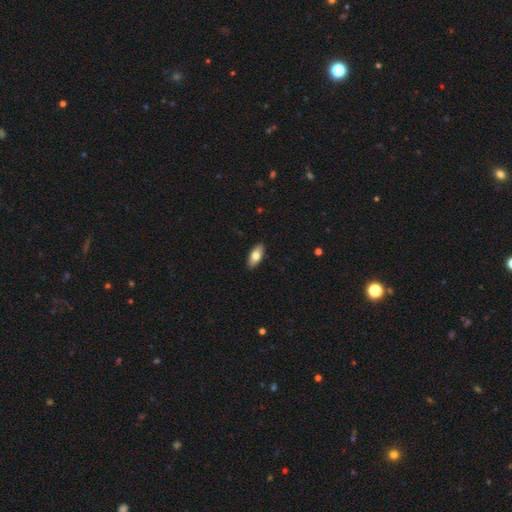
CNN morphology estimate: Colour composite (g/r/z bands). It shows a smooth galaxy with no disk features (76%) that is in between round and cigar-shaped (84%). Merging: none (90%).